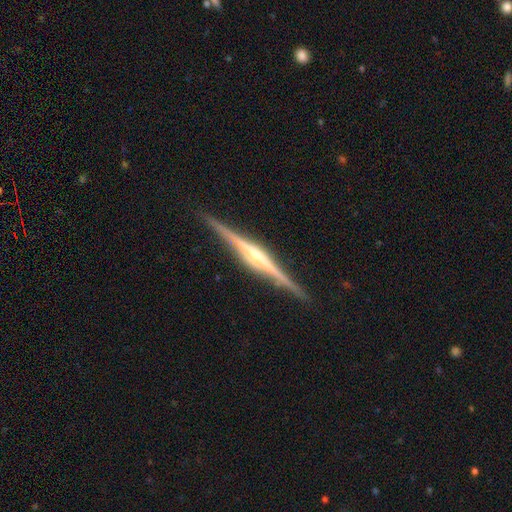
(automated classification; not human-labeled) featured or disk 89%, smooth 7%, star or artifact 5%. Down the decision tree: edge-on disk — yes (99%); edge-on bulge — rounded (74%); merging — none (92%).